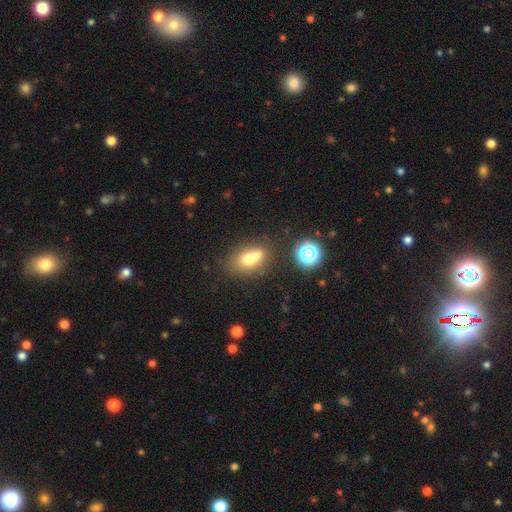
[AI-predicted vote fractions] smooth 66%, featured or disk 21%, star or artifact 13%. Down the decision tree: how rounded — in between (61%); merging — merger (48%).